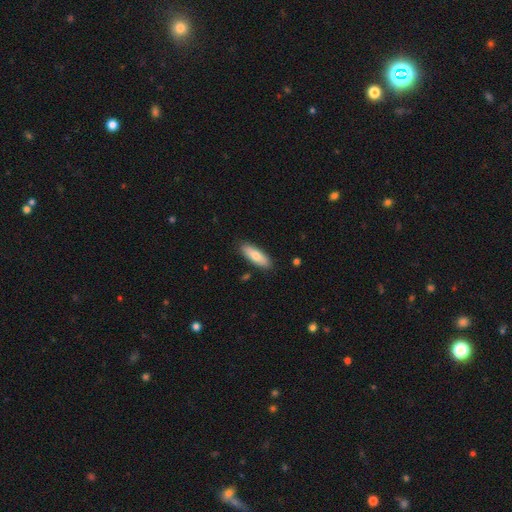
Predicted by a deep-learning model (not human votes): Overall: smooth (76%). How rounded: in between (59%; cigar-shaped 40%). Merging: none (87%).